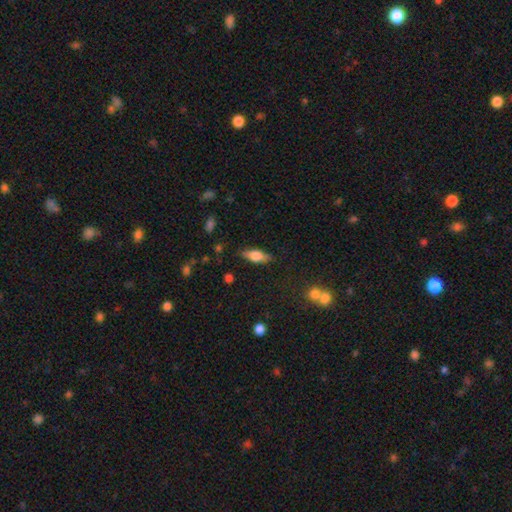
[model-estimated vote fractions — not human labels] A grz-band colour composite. It shows a smooth galaxy with no disk features (60%) that is in between round and cigar-shaped (66%). Merging: none (82%).